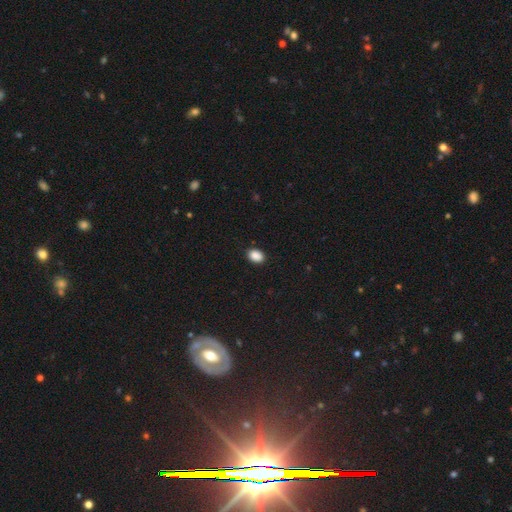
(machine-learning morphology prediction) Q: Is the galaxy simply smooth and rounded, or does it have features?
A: smooth — 89%.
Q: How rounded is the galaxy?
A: in between — 75%.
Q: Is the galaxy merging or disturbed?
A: none — 88%.